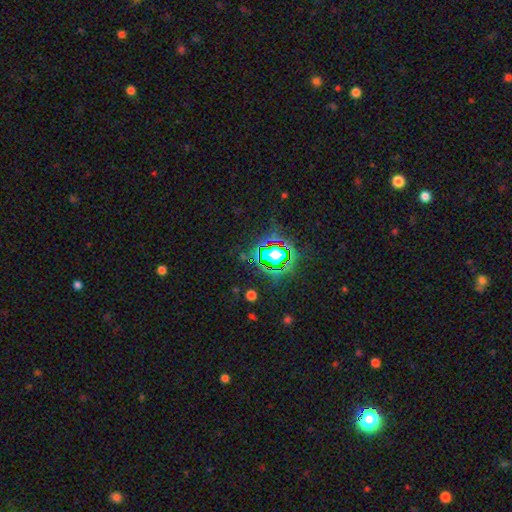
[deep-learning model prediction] star or artifact 82%, smooth 11%, featured or disk 7%.